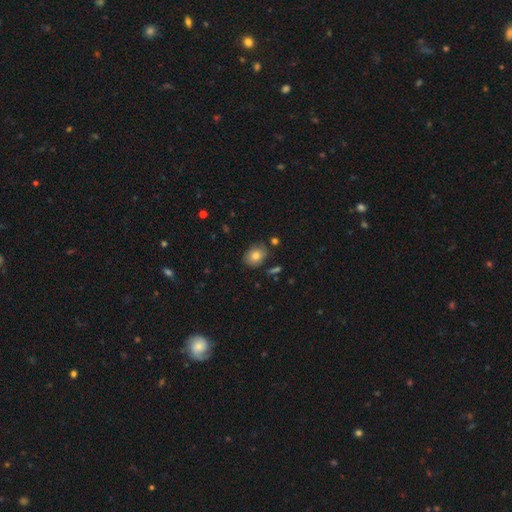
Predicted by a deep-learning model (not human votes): Smooth or featured? smooth (80%)
How rounded? in between (60%)
Merging? none (78%)